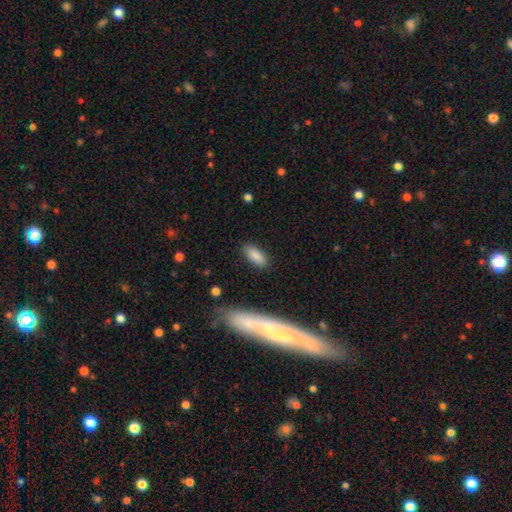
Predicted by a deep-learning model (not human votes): smooth_or_featured: smooth (p=0.87) [alt: star or artifact p=0.07]
how_rounded: in between (p=0.84) [alt: cigar-shaped p=0.14]
merging: none (p=0.86) [alt: minor disturbance p=0.10]